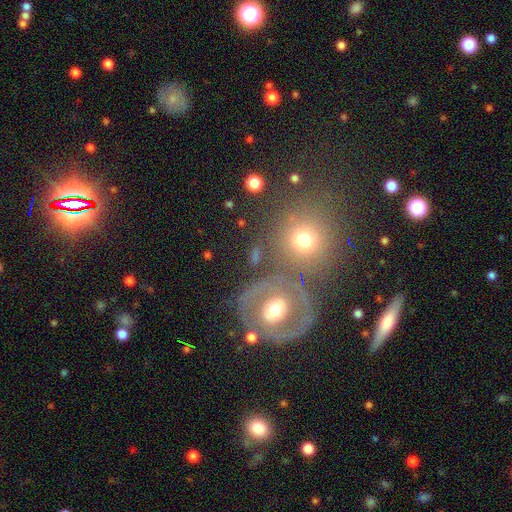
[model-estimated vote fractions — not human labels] smooth_or_featured: smooth (p=0.46) [alt: featured or disk p=0.40]
merging: none (p=0.60) [alt: merger p=0.20]